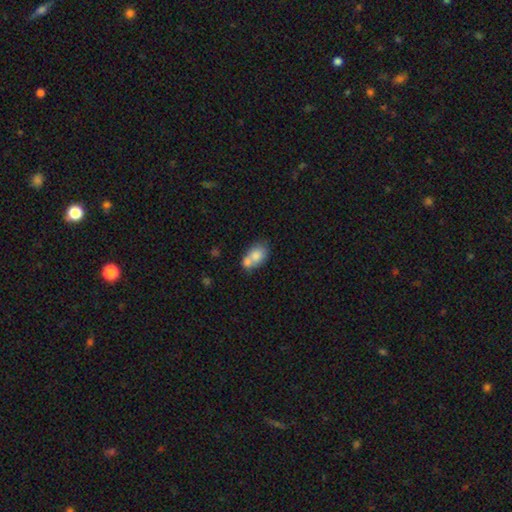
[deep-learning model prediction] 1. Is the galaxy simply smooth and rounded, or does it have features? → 76% smooth, 16% featured or disk, 8% star or artifact.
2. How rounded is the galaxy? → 78% in between, 20% round, 2% cigar-shaped.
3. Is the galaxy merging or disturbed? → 51% merger, 32% none, 12% minor disturbance, 4% major disturbance.